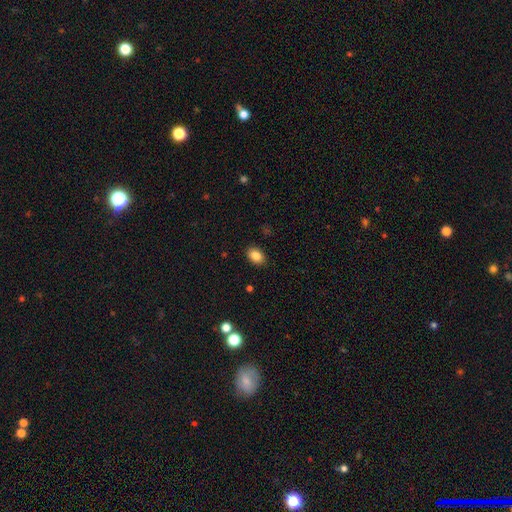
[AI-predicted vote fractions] smooth 85%, star or artifact 9%, featured or disk 6%. Down the decision tree: how rounded — in between (79%); merging — none (89%).